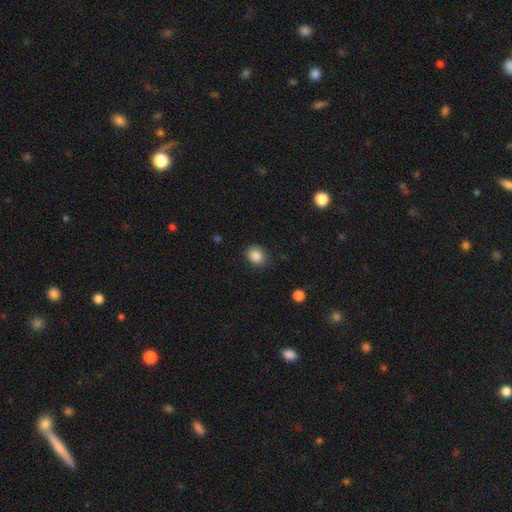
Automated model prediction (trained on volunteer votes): Smooth or featured: smooth — 87% (star or artifact — 9%)
How rounded: round — 64% (in between — 35%)
Merging: none — 83% (minor disturbance — 13%)